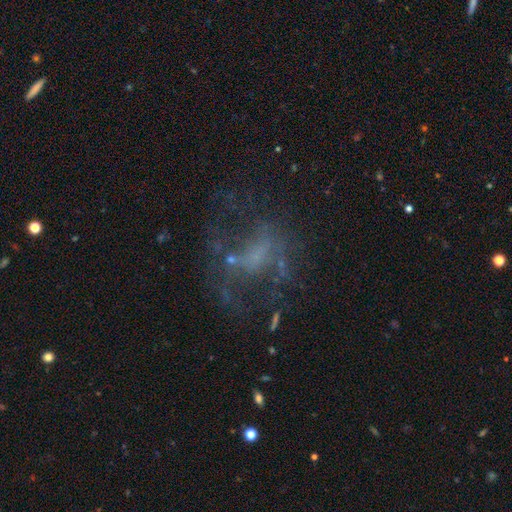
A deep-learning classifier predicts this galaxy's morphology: featured or disk 55%, star or artifact 26%, smooth 19%. Down the decision tree: edge-on disk — no (96%); bar — no (63%); spiral arms — no (62%); bulge size — none (59%); merging — none (48%).